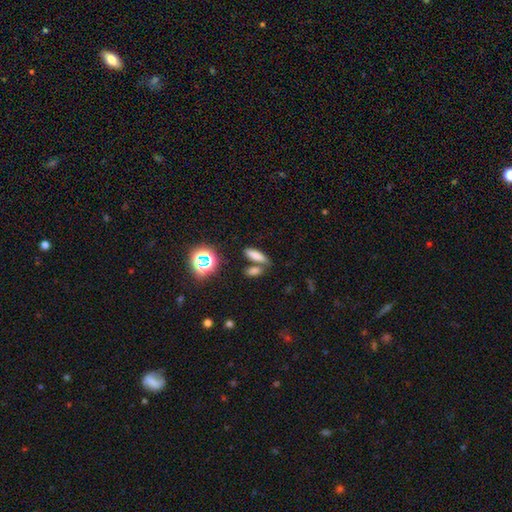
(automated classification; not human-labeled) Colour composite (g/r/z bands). It shows a smooth galaxy with no disk features (77%) that is in between round and cigar-shaped (53%). Merging: none (61%).